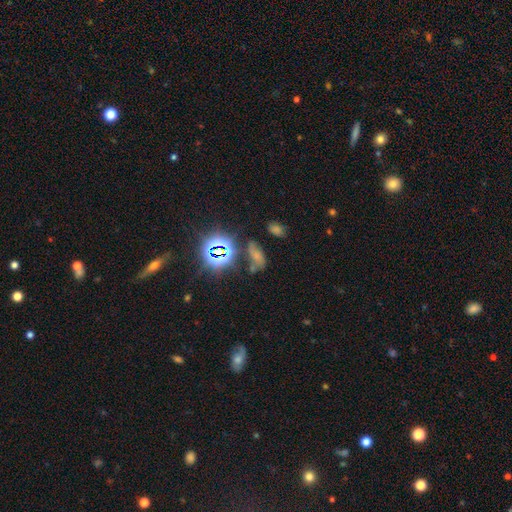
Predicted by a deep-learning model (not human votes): The model was most divided on "smooth or featured": smooth: 44%, star or artifact: 39%, featured or disk: 17%. Remaining: merging — none (48%).